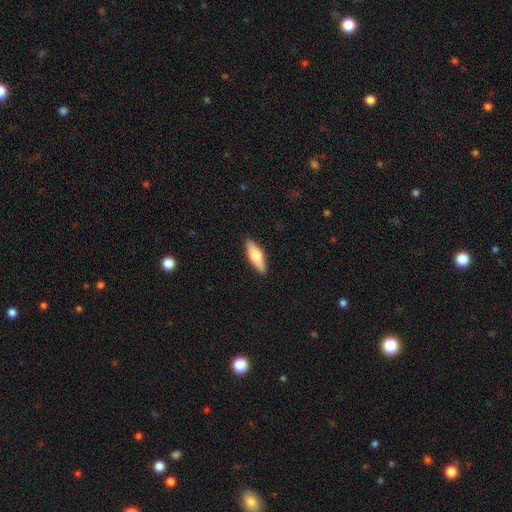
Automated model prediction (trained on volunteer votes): Overall: smooth (62%; featured or disk 32%). How rounded: cigar-shaped (50%; in between 48%). Merging: none (90%).